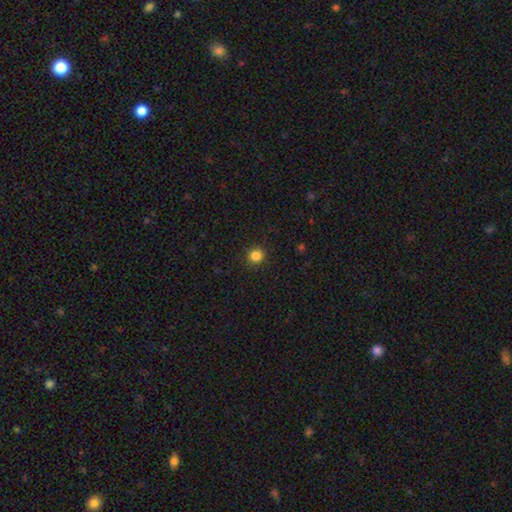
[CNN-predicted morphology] A smooth galaxy with no disk features (85%) that is round (91%). Merging: none (92%).